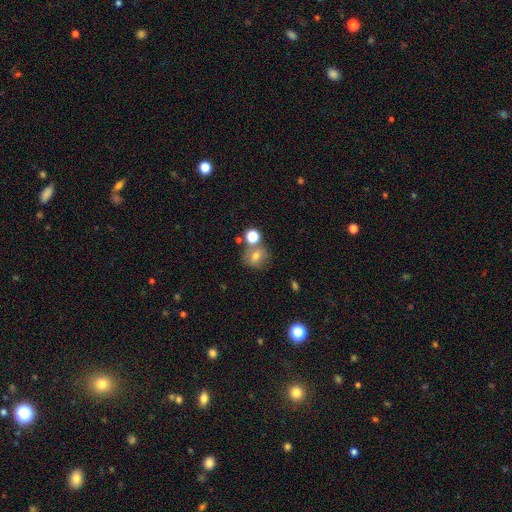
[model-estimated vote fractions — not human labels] Q: Smooth or featured?
A: smooth (67%); runner-up: featured or disk (19%)
Q: How rounded?
A: round (73%); runner-up: in between (26%)
Q: Merging?
A: none (57%); runner-up: merger (24%)